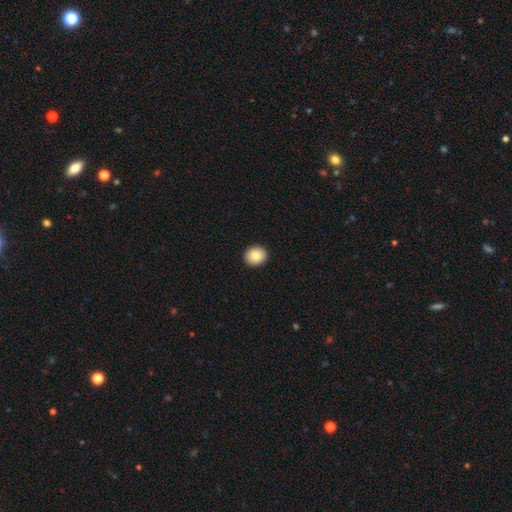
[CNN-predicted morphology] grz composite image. It shows a smooth galaxy with no disk features (84%) that is round (84%). Merging: none (93%).